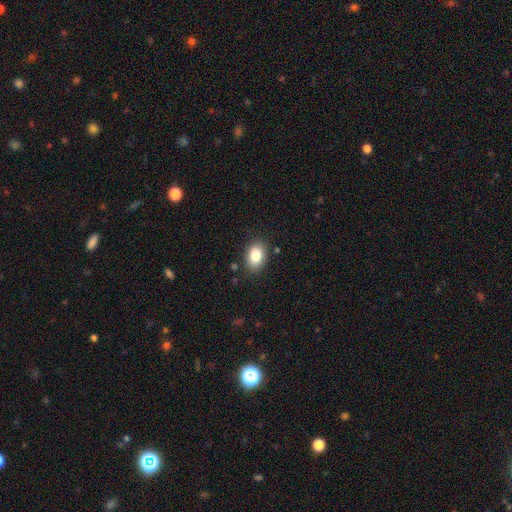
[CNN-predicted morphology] This is clearly a smooth galaxy (83%). How rounded: likely in between (78%). Merging: clearly none (85%).